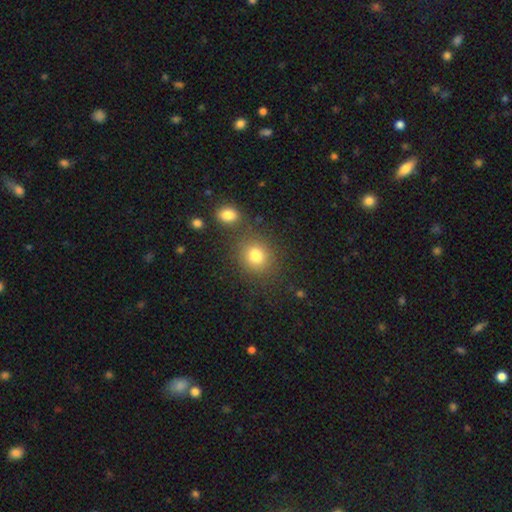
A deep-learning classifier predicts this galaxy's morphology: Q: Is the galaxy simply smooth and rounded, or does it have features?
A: smooth — 81%.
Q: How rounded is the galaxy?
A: round — 74%.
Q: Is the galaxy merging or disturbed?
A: none — 74%.